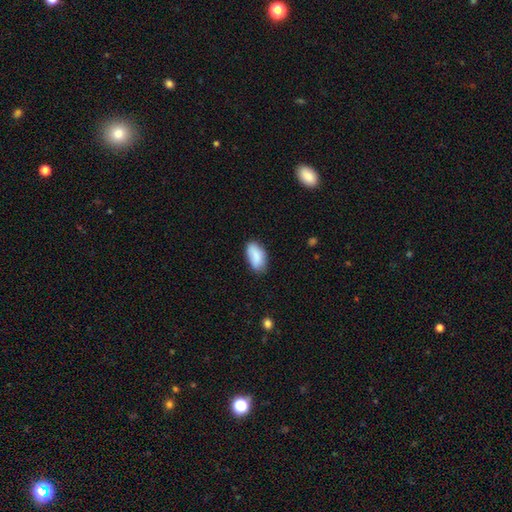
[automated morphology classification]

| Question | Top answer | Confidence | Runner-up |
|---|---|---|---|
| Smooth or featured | smooth | 85% | featured or disk (8%) |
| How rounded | in between | 93% | cigar-shaped (4%) |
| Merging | none | 69% | minor disturbance (24%) |